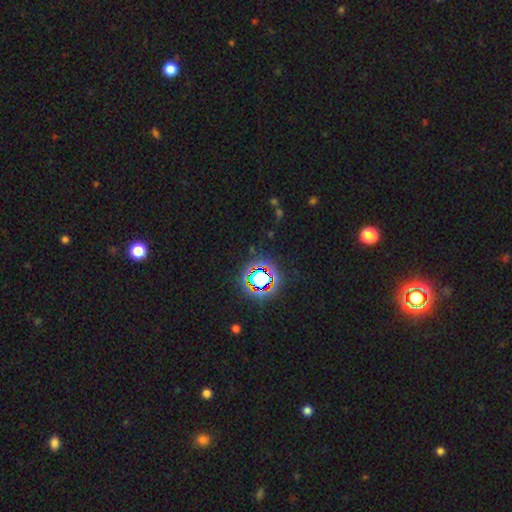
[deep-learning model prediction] Smooth or featured? star or artifact (77%)